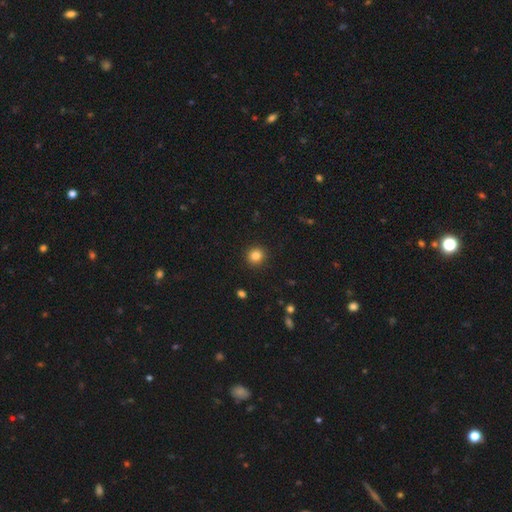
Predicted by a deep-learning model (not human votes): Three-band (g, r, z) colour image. It shows a smooth galaxy with no disk features (84%) that is round (88%). Merging: none (91%).